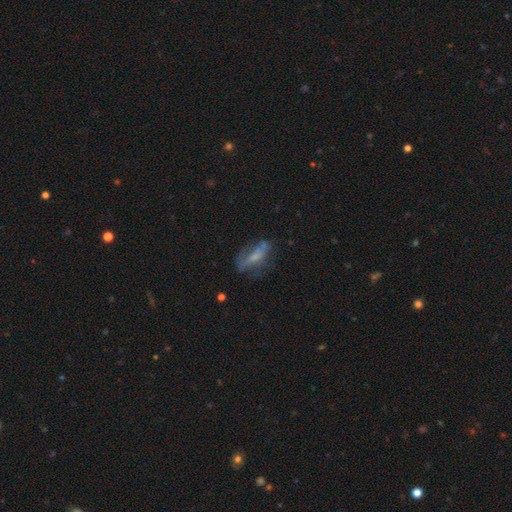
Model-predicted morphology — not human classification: type=featured or disk (48%); merging=none (46%).